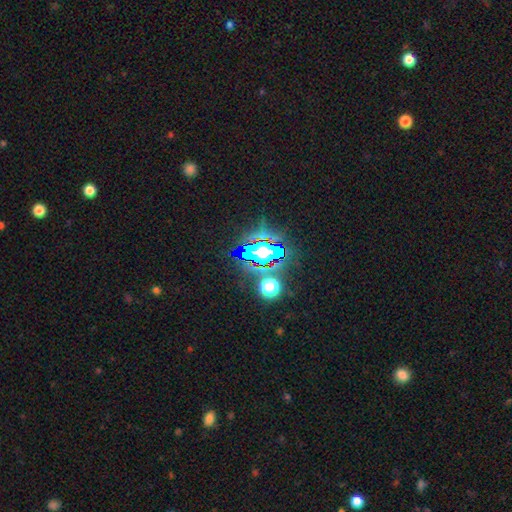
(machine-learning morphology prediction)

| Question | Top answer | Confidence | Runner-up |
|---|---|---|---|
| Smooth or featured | star or artifact | 81% | smooth (11%) |